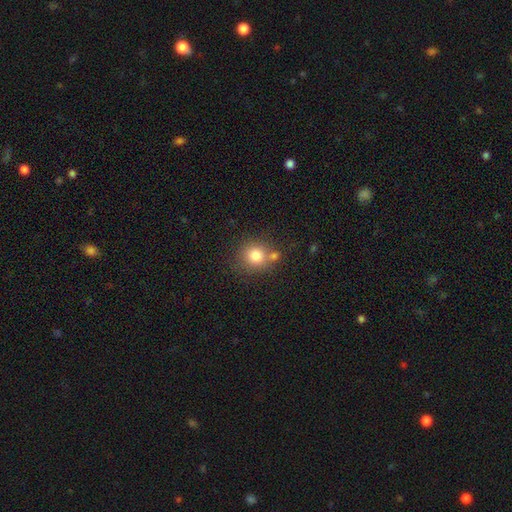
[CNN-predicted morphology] This appears to be a smooth galaxy with no disk features (80%) that is round (87%). Merging: none (60%).